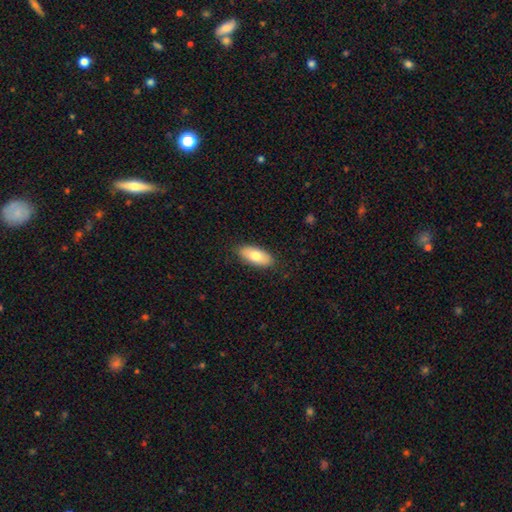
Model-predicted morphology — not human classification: Smooth or featured? Predicted: smooth (p=0.76). How rounded? Predicted: in between (p=0.87). Merging? Predicted: none (p=0.87).